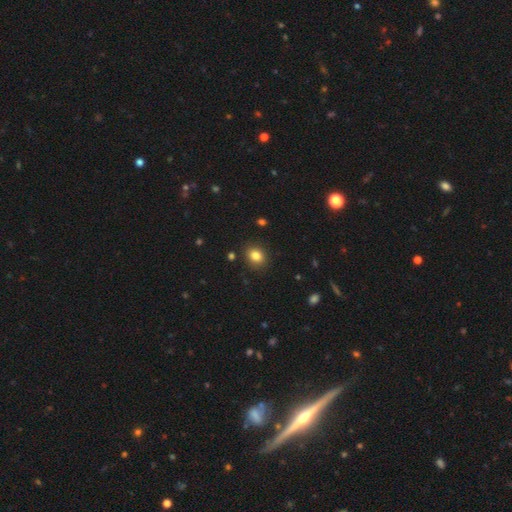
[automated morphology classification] Overall: smooth (83%). How rounded: round (54%; in between 45%). Merging: none (88%).